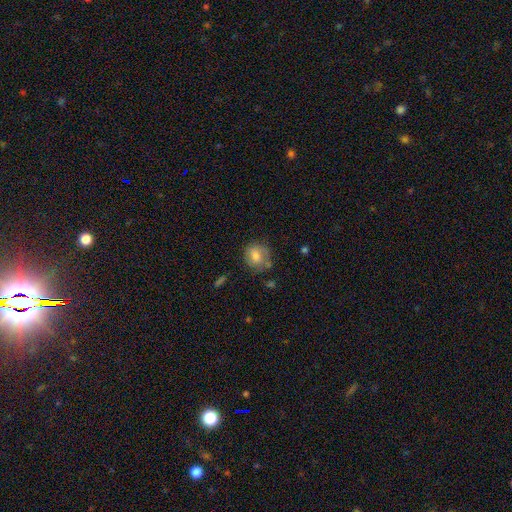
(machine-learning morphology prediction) This appears to be a smooth galaxy with no disk features (63%) that is round (72%). Merging: none (62%).